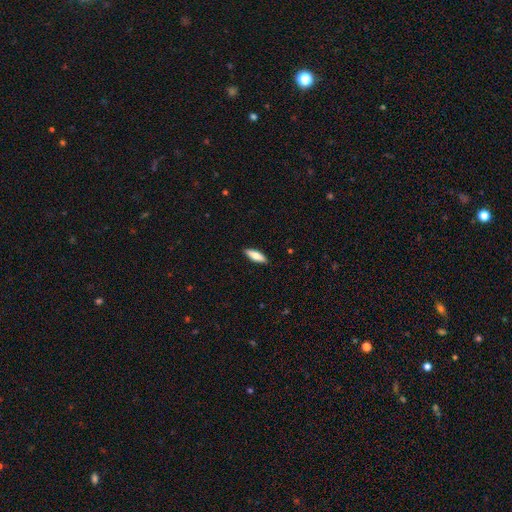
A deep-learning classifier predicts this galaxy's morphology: Q: Smooth or featured?
A: smooth (73%); runner-up: featured or disk (21%)
Q: How rounded?
A: in between (52%); runner-up: cigar-shaped (46%)
Q: Merging?
A: none (89%); runner-up: minor disturbance (8%)